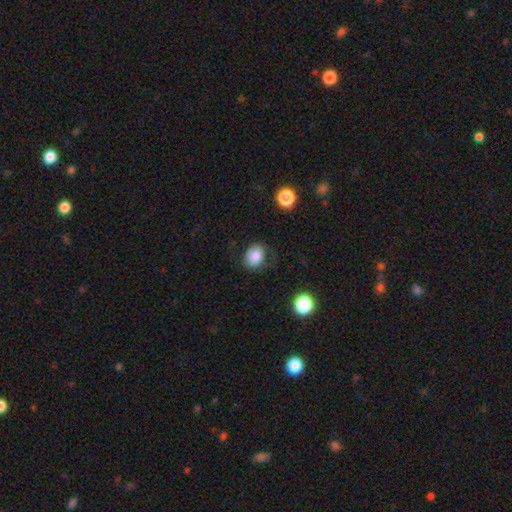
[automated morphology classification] smooth 82%, featured or disk 9%, star or artifact 9%. Down the decision tree: how rounded — in between (63%); merging — none (68%).